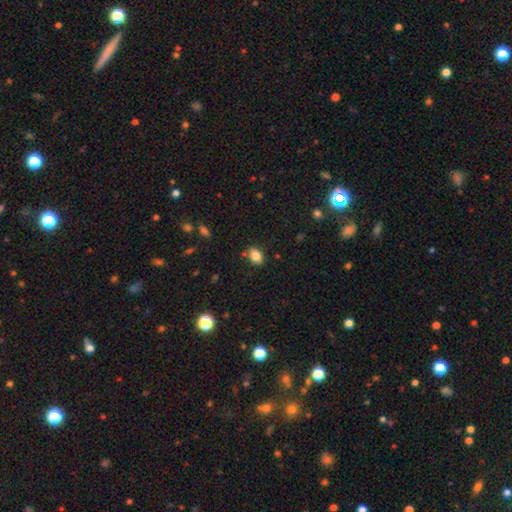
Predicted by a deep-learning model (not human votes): Smooth or featured? smooth (84%)
How rounded? in between (80%)
Merging? none (81%)